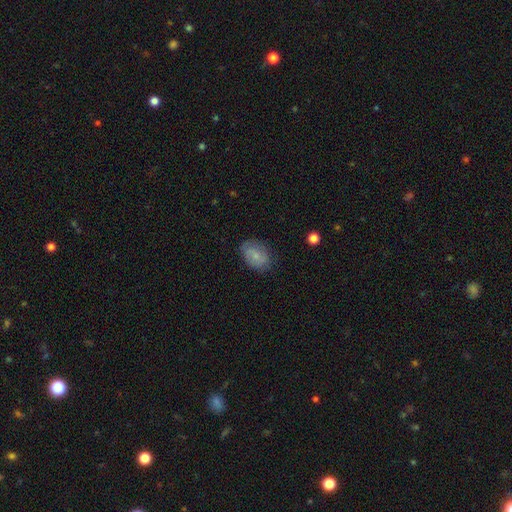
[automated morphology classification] Smooth or featured? smooth (60%)
How rounded? in between (80%)
Merging? none (74%)